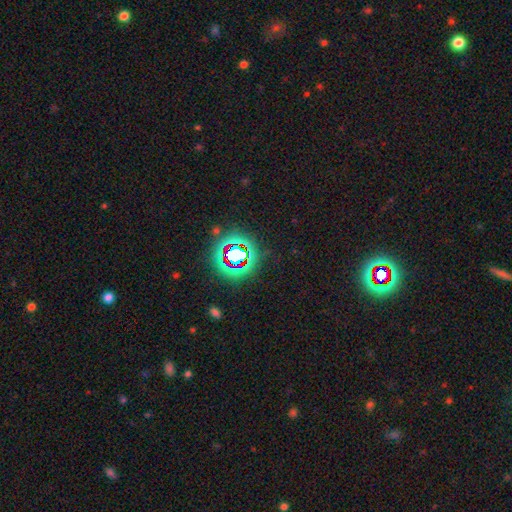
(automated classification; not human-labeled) Smooth or featured?
  - star or artifact: 77% *
  - smooth: 13%
  - featured or disk: 10%